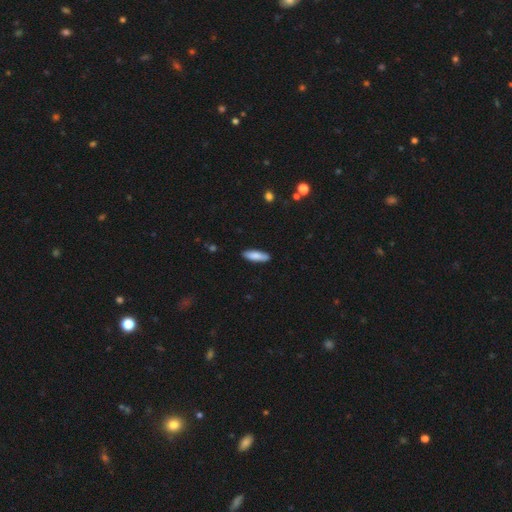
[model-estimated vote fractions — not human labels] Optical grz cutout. It shows a smooth galaxy with no disk features (82%) that is cigar-shaped (54%). Merging: none (88%).